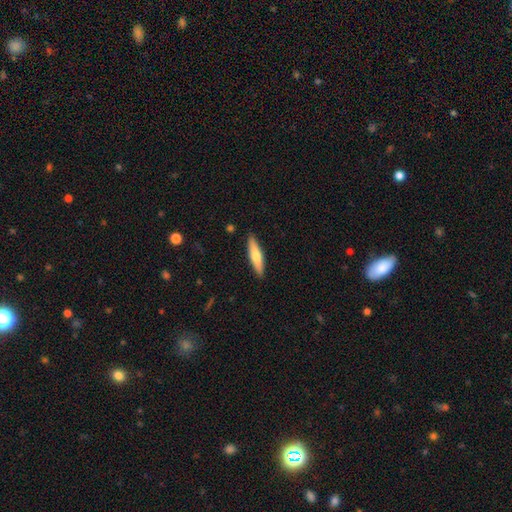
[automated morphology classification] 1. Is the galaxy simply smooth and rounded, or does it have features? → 63% smooth, 31% featured or disk, 5% star or artifact.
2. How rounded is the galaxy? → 80% cigar-shaped, 19% in between, 1% round.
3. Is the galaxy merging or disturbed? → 90% none, 7% minor disturbance, 2% major disturbance, 1% merger.